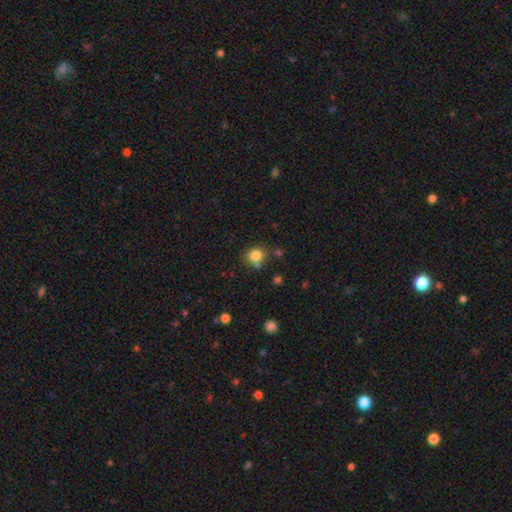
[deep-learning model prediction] This is clearly a smooth galaxy (82%). How rounded: clearly round (82%). Merging: likely none (70%).